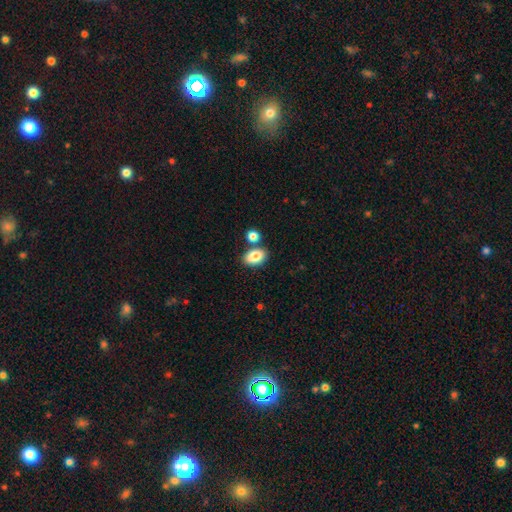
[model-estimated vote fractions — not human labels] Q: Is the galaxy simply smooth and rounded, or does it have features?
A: smooth — 85%.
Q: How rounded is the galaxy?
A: in between — 83%.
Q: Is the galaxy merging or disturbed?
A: none — 72%.